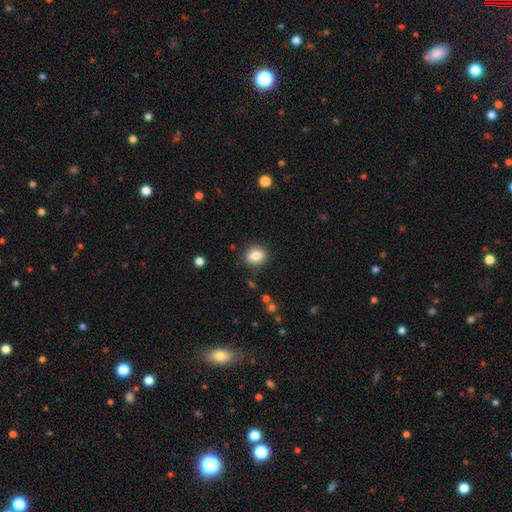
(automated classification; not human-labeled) smooth_or_featured: smooth (p=0.84) [alt: star or artifact p=0.10]
how_rounded: round (p=0.70) [alt: in between p=0.29]
merging: none (p=0.88) [alt: minor disturbance p=0.08]